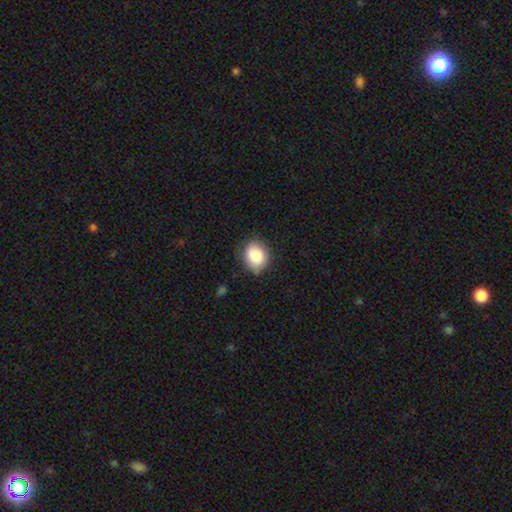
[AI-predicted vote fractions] Smooth or featured?
  - smooth: 87% *
  - star or artifact: 8%
  - featured or disk: 5%
How rounded?
  - round: 53% *
  - in between: 46%
  - cigar-shaped: 1%
Merging?
  - none: 77% *
  - minor disturbance: 18%
  - major disturbance: 4%
  - merger: 1%